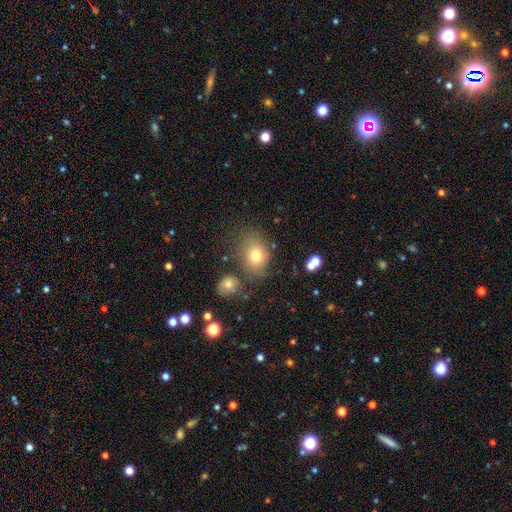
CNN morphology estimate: type=smooth (74%); roundness=in between (57%); merging=none (64%).